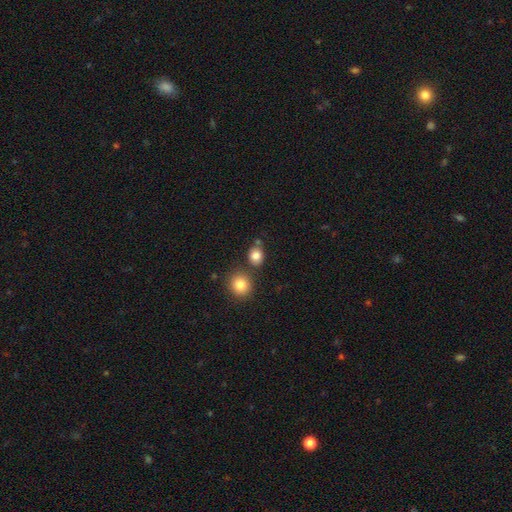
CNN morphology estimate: Smooth or featured? smooth (83%)
How rounded? round (68%)
Merging? none (70%)